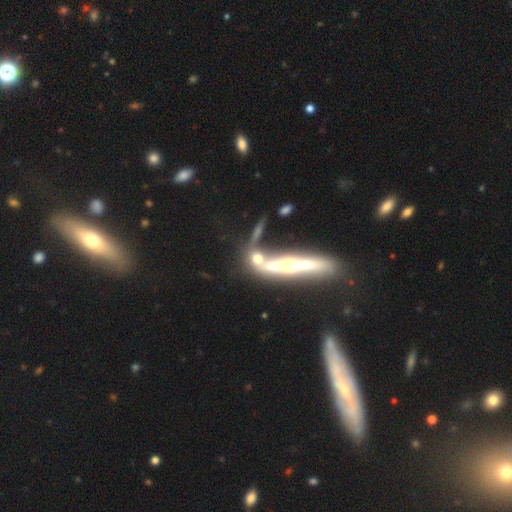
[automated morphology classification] Smooth or featured: featured or disk — 66% (smooth — 25%)
Edge-on disk: yes — 78% (no — 22%)
Edge-on bulge: none — 43% (rounded — 36%)
Merging: none — 41% (merger — 27%)